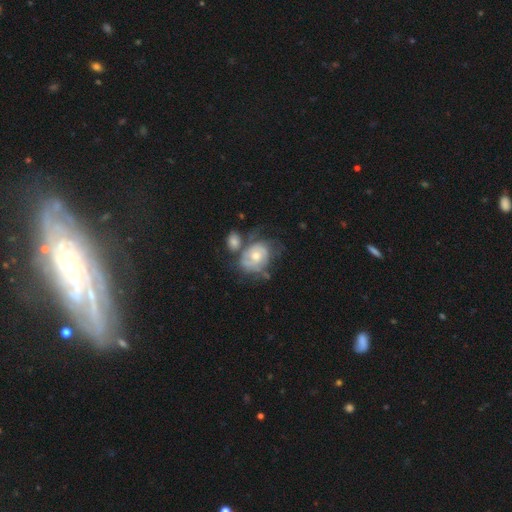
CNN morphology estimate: Overall: featured or disk (71%). Edge-on disk: no (97%). Bar: no (75%). Spiral arms: yes (81%). Spiral arm count: can't tell (42%; 2 33%). Spiral winding: tight (55%; medium 33%). Bulge size: moderate (61%; small 32%). Merging: none (34%; merger 27%).